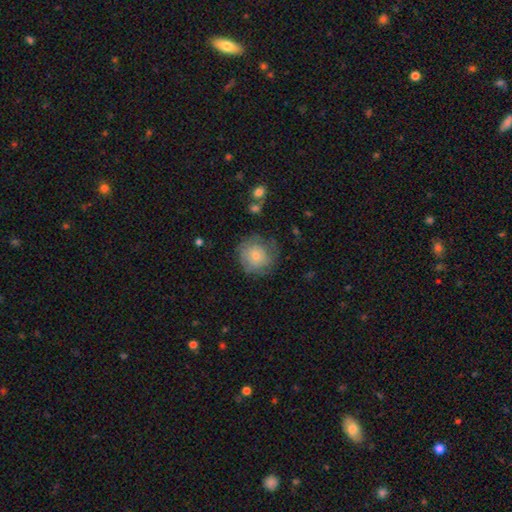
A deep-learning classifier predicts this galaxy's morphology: Smooth or featured?
  - smooth: 49% *
  - featured or disk: 41%
  - star or artifact: 9%
Merging?
  - none: 69% *
  - minor disturbance: 20%
  - major disturbance: 9%
  - merger: 2%